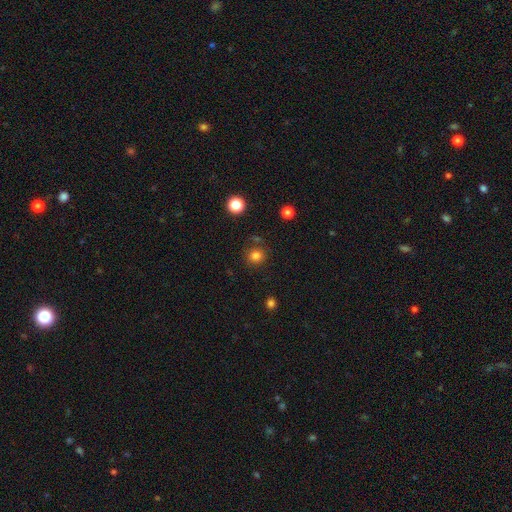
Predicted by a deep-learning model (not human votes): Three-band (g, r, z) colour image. It shows a smooth galaxy with no disk features (81%) that is round (90%). Merging: none (81%).